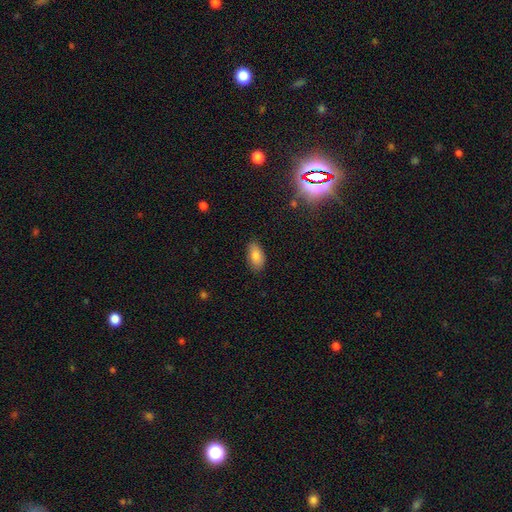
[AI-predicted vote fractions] Smooth or featured?
  - smooth: 82% *
  - featured or disk: 10%
  - star or artifact: 9%
How rounded?
  - in between: 93% *
  - round: 4%
  - cigar-shaped: 3%
Merging?
  - none: 83% *
  - minor disturbance: 14%
  - major disturbance: 2%
  - merger: 1%